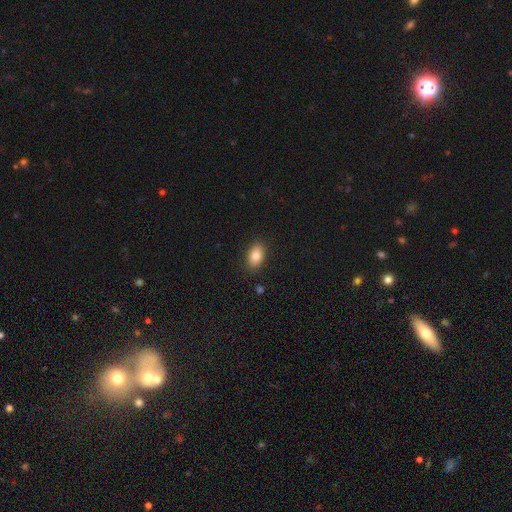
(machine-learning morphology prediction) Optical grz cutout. It shows a smooth galaxy with no disk features (81%) that is in between round and cigar-shaped (87%). Merging: none (87%).